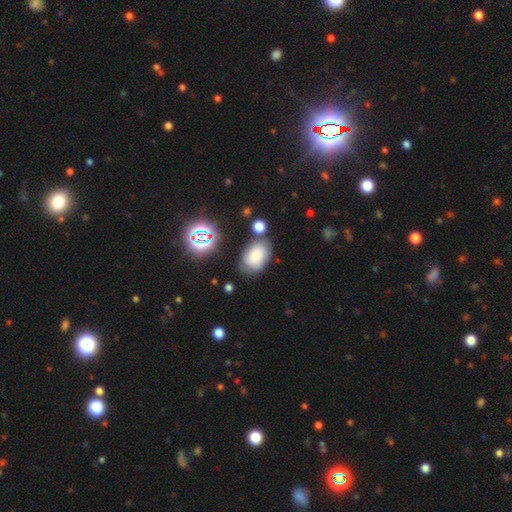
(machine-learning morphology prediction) Q: Smooth or featured?
A: smooth (63%); runner-up: featured or disk (22%)
Q: How rounded?
A: in between (84%); runner-up: round (15%)
Q: Merging?
A: none (62%); runner-up: minor disturbance (22%)